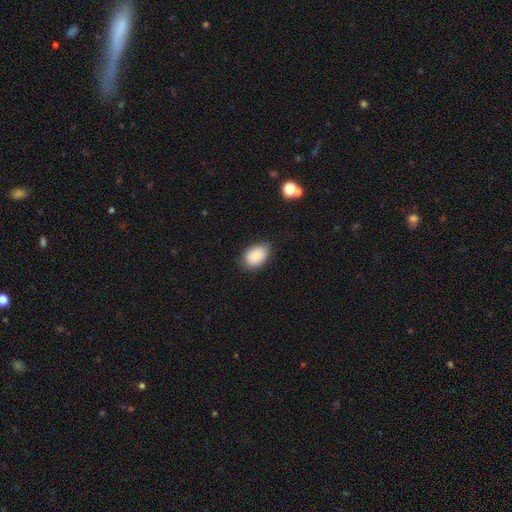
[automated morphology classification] Q: Smooth or featured?
A: smooth (87%); runner-up: star or artifact (8%)
Q: How rounded?
A: in between (84%); runner-up: round (15%)
Q: Merging?
A: none (77%); runner-up: minor disturbance (19%)